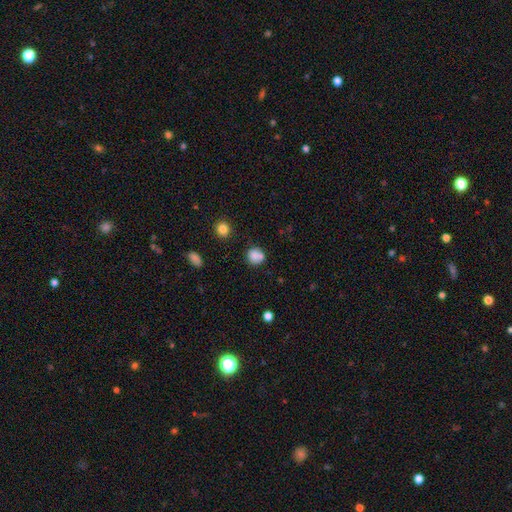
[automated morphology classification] A smooth galaxy with no disk features (80%) that is round (82%).

Vote fractions:
- Smooth or featured? smooth: 80% / star or artifact: 11% / featured or disk: 9%
- How rounded? round: 82% / in between: 17% / cigar-shaped: 1%
- Merging? none: 59% / merger: 21% / minor disturbance: 15% / major disturbance: 5%